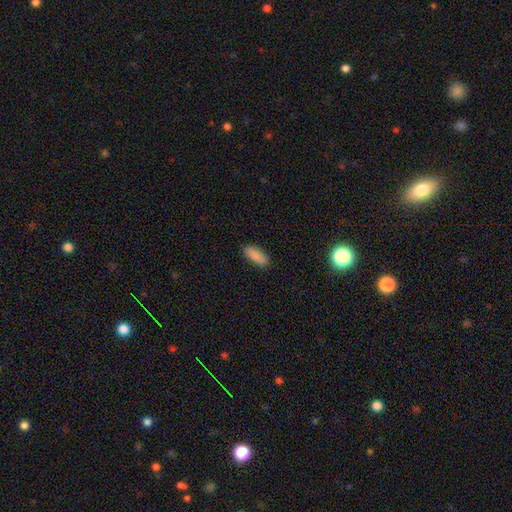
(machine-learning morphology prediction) Smooth or featured: smooth — 86% (star or artifact — 7%)
How rounded: in between — 76% (cigar-shaped — 22%)
Merging: none — 88% (minor disturbance — 9%)